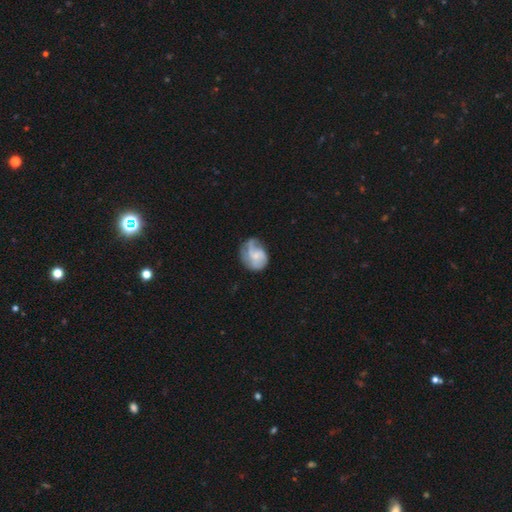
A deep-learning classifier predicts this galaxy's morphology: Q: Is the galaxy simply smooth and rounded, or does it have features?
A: featured or disk — 55%.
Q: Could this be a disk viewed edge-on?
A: no — 98%.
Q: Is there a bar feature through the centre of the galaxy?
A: no — 68%.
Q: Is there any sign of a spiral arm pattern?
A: yes — 76%.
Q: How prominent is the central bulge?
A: small — 56%.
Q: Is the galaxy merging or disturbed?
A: none — 42%.